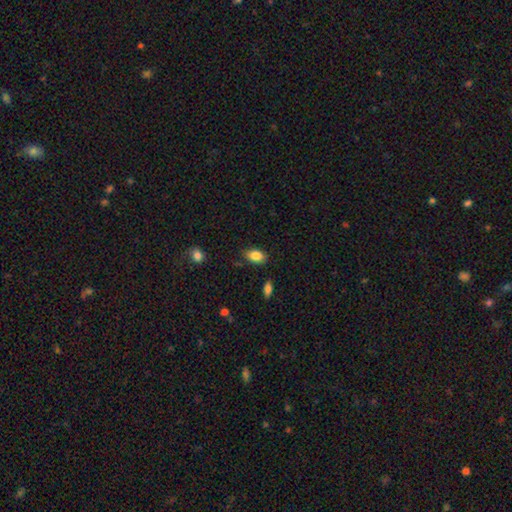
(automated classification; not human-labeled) Smooth or featured? smooth (86%)
How rounded? in between (89%)
Merging? none (82%)